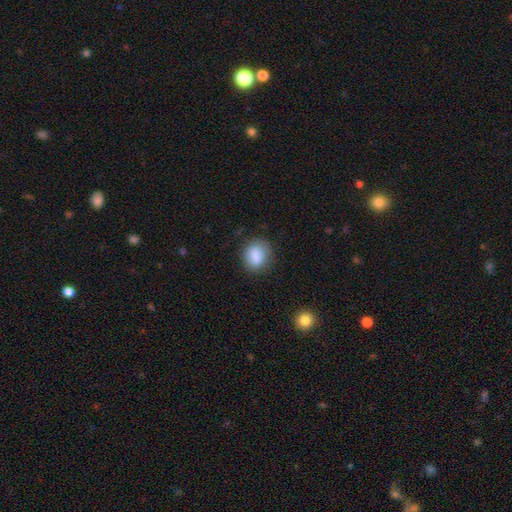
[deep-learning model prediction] Overall: smooth (85%). How rounded: round (51%; in between 47%). Merging: none (78%).